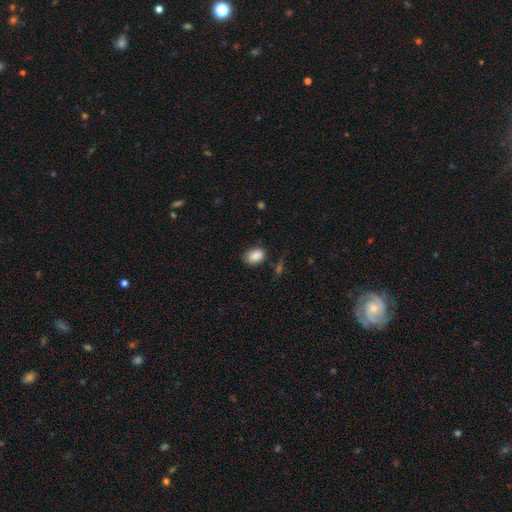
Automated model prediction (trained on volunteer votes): Smooth or featured?
  - smooth: 88% *
  - star or artifact: 8%
  - featured or disk: 4%
How rounded?
  - in between: 82% *
  - round: 17%
  - cigar-shaped: 1%
Merging?
  - none: 76% *
  - minor disturbance: 17%
  - major disturbance: 4%
  - merger: 3%